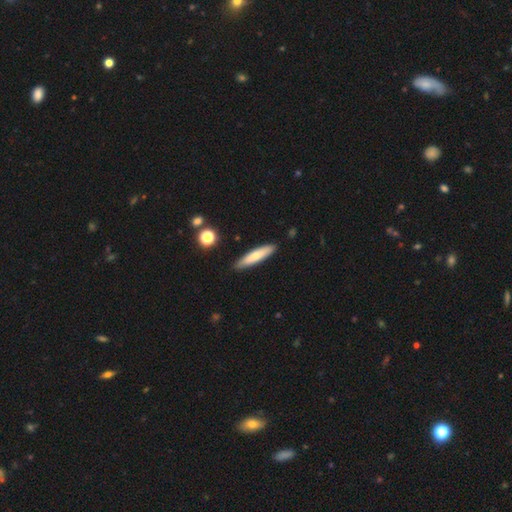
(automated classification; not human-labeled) Smooth or featured? Predicted: smooth (p=0.68). How rounded? Predicted: cigar-shaped (p=0.82). Merging? Predicted: none (p=0.87).